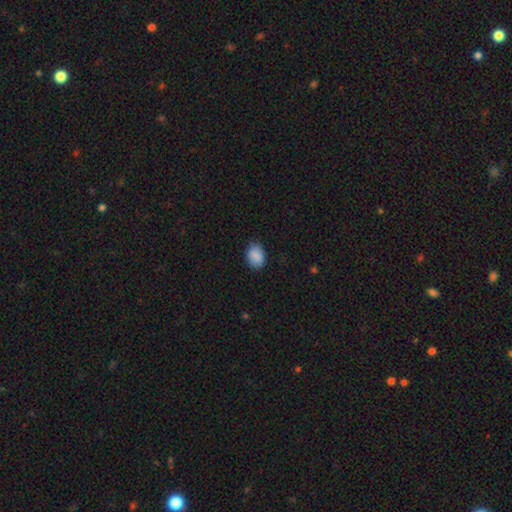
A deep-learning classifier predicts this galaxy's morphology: Overall: smooth (87%). How rounded: in between (70%). Merging: none (76%).